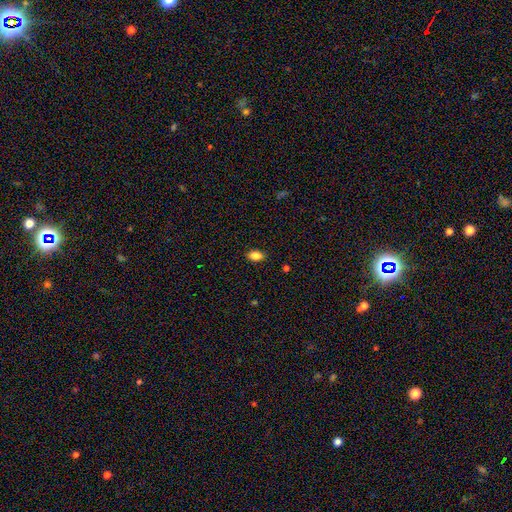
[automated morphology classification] smooth_or_featured: smooth (p=0.85) [alt: star or artifact p=0.10]
how_rounded: in between (p=0.80) [alt: round p=0.19]
merging: none (p=0.88) [alt: minor disturbance p=0.09]